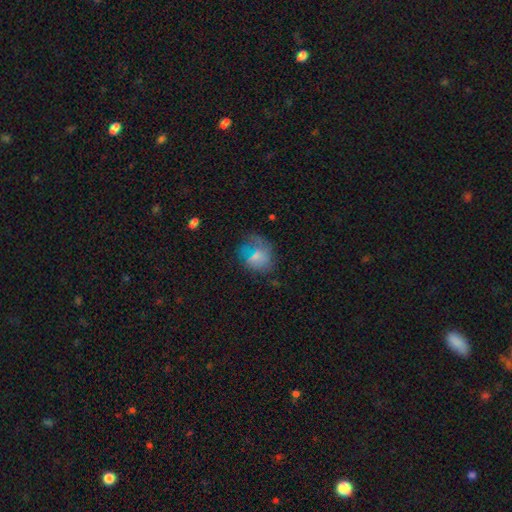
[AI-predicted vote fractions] smooth_or_featured: smooth (p=0.63) [alt: featured or disk p=0.24]
how_rounded: round (p=0.60) [alt: in between p=0.38]
merging: none (p=0.45) [alt: minor disturbance p=0.26]